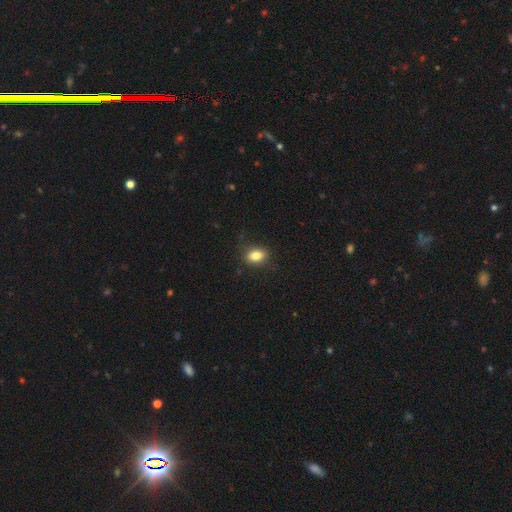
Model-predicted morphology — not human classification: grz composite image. It shows a smooth galaxy with no disk features (83%) that is in between round and cigar-shaped (81%). Merging: none (82%).